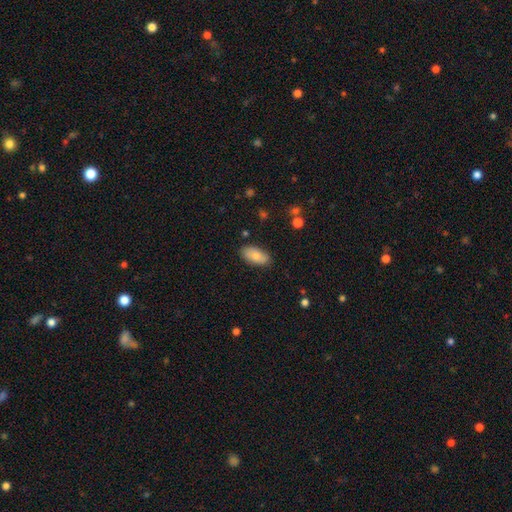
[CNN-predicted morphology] Overall: smooth (78%). How rounded: in between (92%). Merging: none (84%).